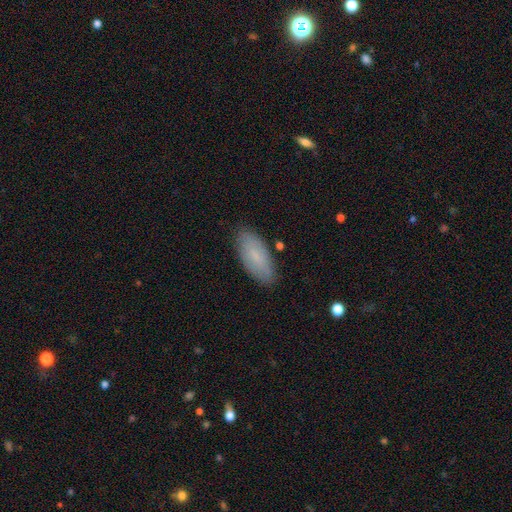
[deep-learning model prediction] Overall: smooth (73%). How rounded: in between (84%). Merging: none (85%).